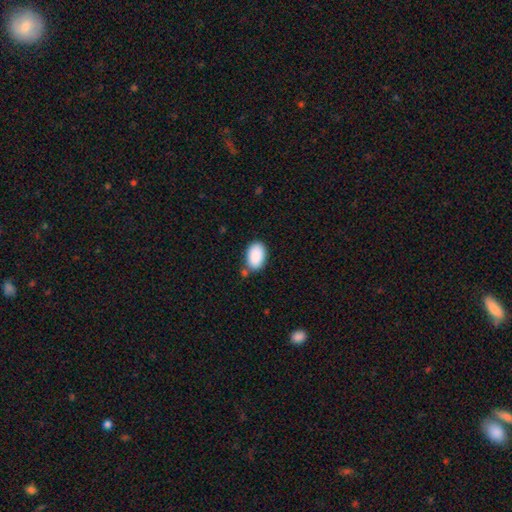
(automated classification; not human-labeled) This is clearly a smooth galaxy (90%). How rounded: clearly in between (93%). Merging: likely none (77%).